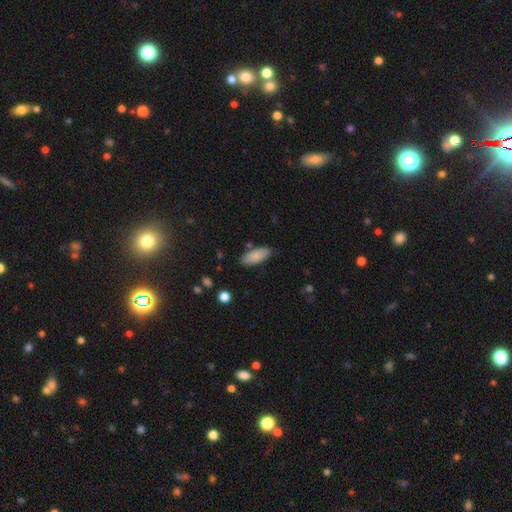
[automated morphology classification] smooth-or-featured: smooth: 85% | featured or disk: 9% | star or artifact: 6%
  how-rounded: in between: 81% | cigar-shaped: 18% | round: 2%
  merging: none: 82% | minor disturbance: 12% | merger: 3% | major disturbance: 2%